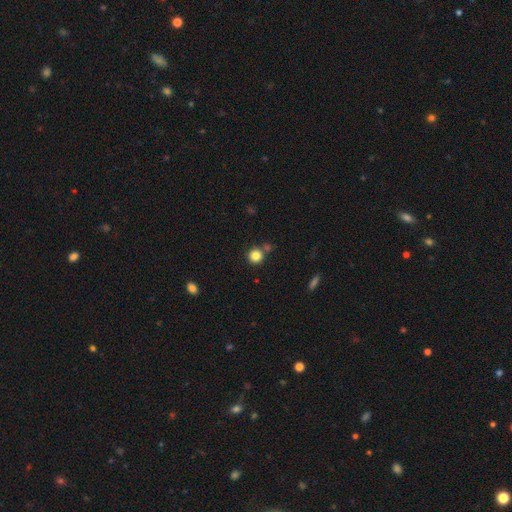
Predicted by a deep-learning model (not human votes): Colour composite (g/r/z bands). It shows a smooth galaxy with no disk features (83%) that is round (93%). Merging: none (74%).